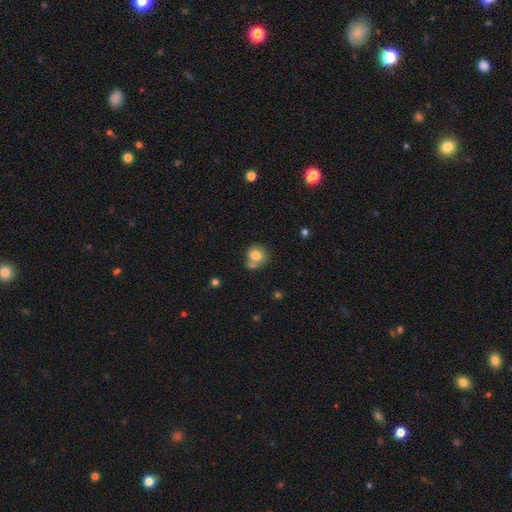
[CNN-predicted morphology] A smooth galaxy with no disk features (79%) that is round (80%).

Vote fractions:
- Smooth or featured? smooth: 79% / featured or disk: 12% / star or artifact: 10%
- How rounded? round: 80% / in between: 19% / cigar-shaped: 1%
- Merging? none: 51% / merger: 26% / minor disturbance: 17% / major disturbance: 6%